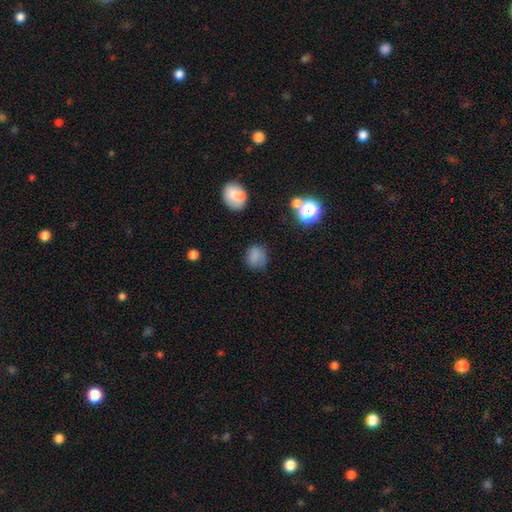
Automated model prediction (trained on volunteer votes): Smooth or featured: smooth — 79% (star or artifact — 14%)
How rounded: round — 71% (in between — 28%)
Merging: none — 70% (minor disturbance — 20%)